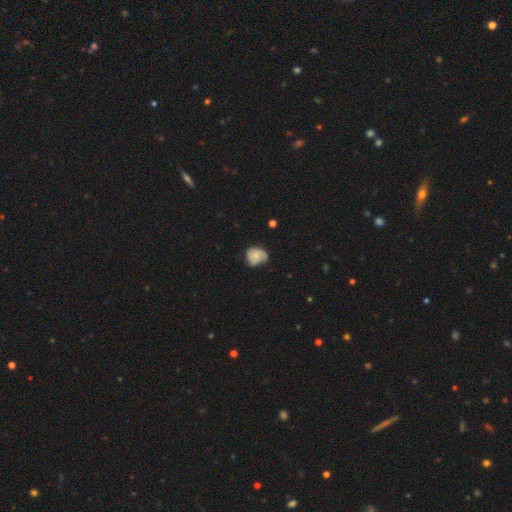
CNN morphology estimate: The model was most divided on "smooth or featured" (2-way tie): featured or disk: 46%, smooth: 46%, star or artifact: 8%. Remaining: merging — none (48%).